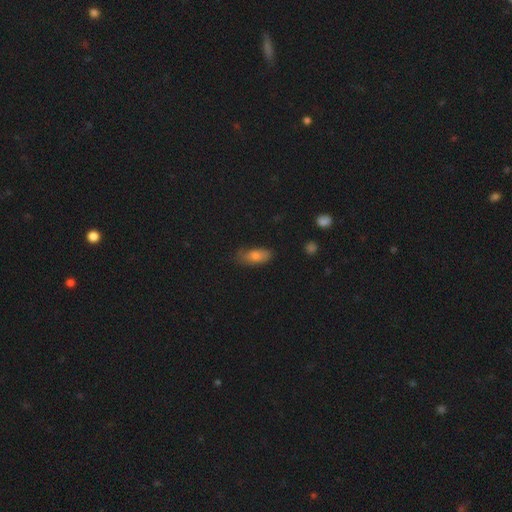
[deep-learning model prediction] This appears to be a smooth galaxy with no disk features (77%) that is in between round and cigar-shaped (83%). Merging: none (70%).